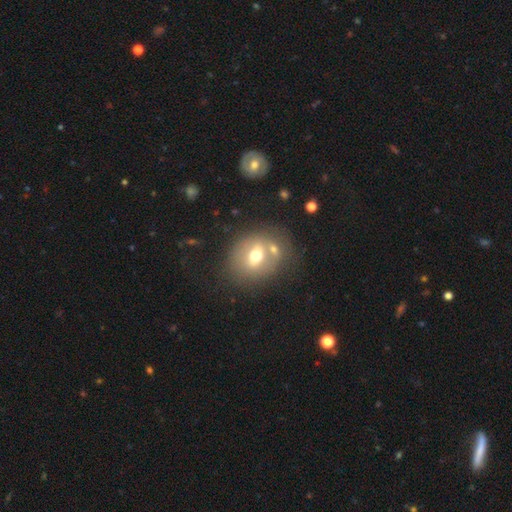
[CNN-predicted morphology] Q: Smooth or featured?
A: smooth (53%); runner-up: featured or disk (37%)
Q: How rounded?
A: round (58%); runner-up: in between (41%)
Q: Merging?
A: none (57%); runner-up: merger (22%)